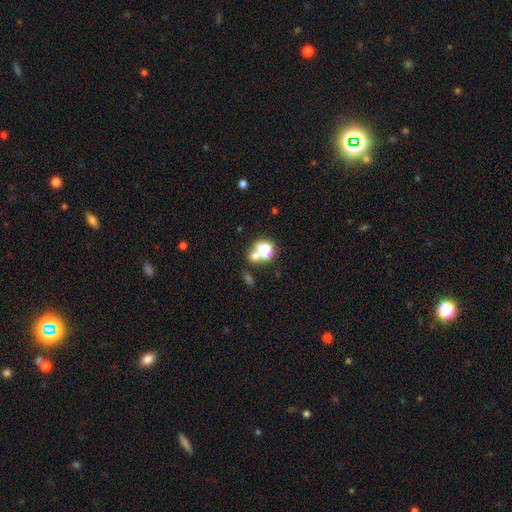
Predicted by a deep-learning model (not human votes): Smooth or featured? Predicted: smooth (p=0.60). How rounded? Predicted: round (p=0.73). Merging? Predicted: none (p=0.53).